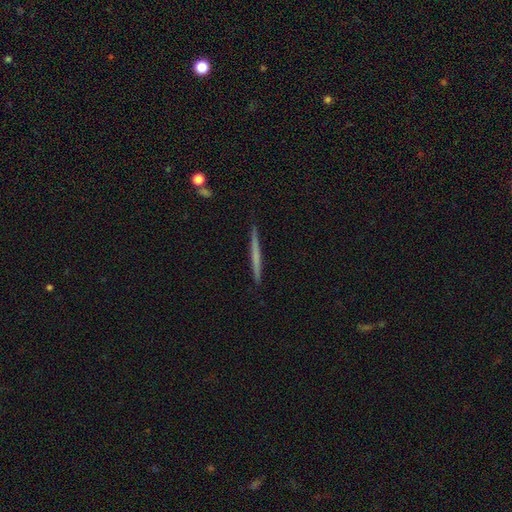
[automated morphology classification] This appears to be a smooth galaxy with no disk features (50%). Merging: none (92%).